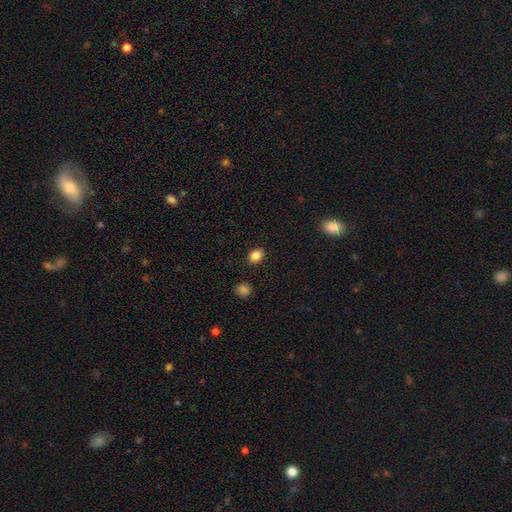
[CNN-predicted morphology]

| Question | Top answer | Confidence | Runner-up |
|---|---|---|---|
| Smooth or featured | smooth | 85% | star or artifact (11%) |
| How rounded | in between | 56% | round (43%) |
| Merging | none | 88% | minor disturbance (8%) |